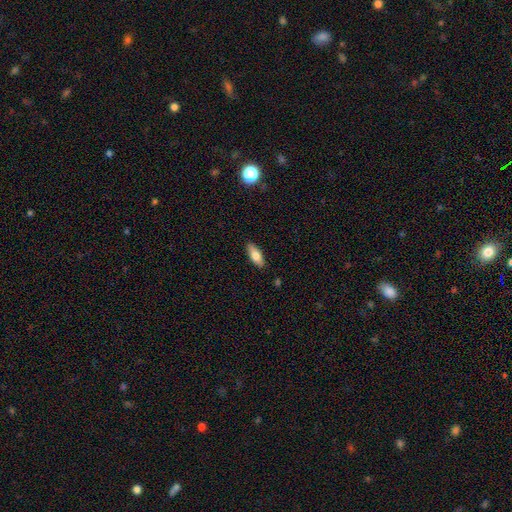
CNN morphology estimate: smooth-or-featured: smooth: 73% | featured or disk: 21% | star or artifact: 6%
  how-rounded: in between: 75% | cigar-shaped: 22% | round: 2%
  merging: none: 88% | minor disturbance: 9% | major disturbance: 2% | merger: 1%